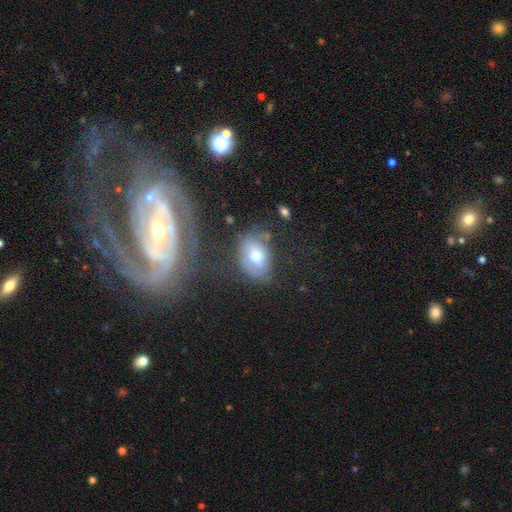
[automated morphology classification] Smooth or featured: smooth — 60% (featured or disk — 30%)
How rounded: in between — 75% (round — 24%)
Merging: none — 56% (minor disturbance — 24%)